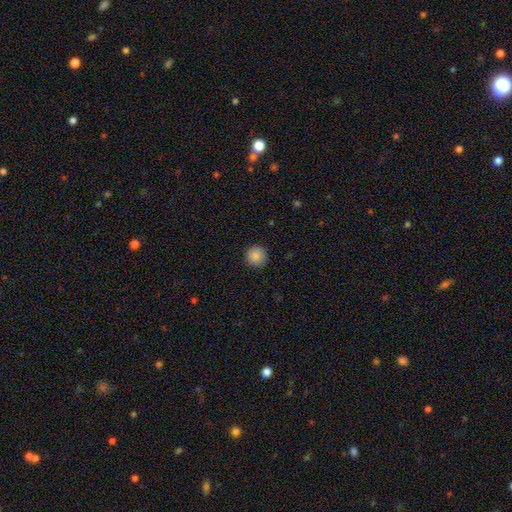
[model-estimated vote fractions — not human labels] Smooth or featured? smooth (87%)
How rounded? round (95%)
Merging? none (92%)